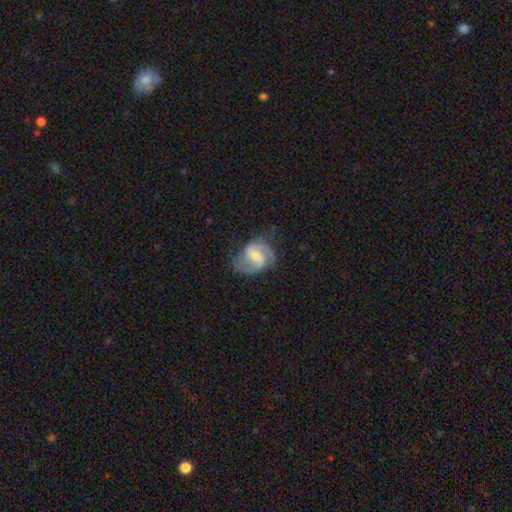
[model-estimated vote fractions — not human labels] Smooth or featured: featured or disk — 84% (smooth — 11%)
Edge-on disk: no — 98% (yes — 2%)
Bar: weak — 55% (no — 28%)
Spiral arms: yes — 96% (no — 4%)
Spiral winding: medium — 54% (tight — 25%)
Spiral arm count: 2 — 76% (3 — 11%)
Bulge size: moderate — 46% (small — 42%)
Merging: none — 64% (minor disturbance — 22%)